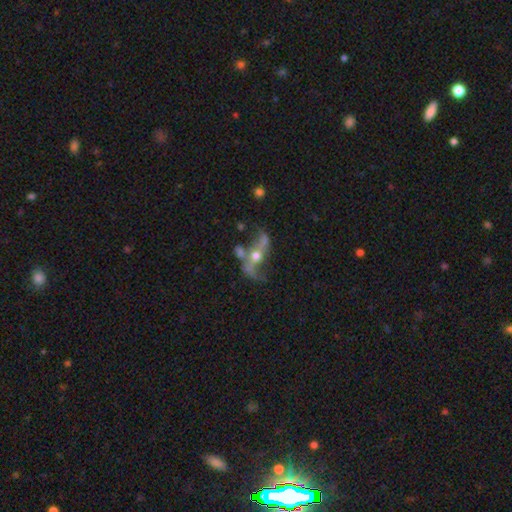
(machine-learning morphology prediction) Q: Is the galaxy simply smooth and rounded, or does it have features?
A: featured or disk — 79%.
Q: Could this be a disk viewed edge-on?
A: no — 85%.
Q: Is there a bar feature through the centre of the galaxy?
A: no — 52%.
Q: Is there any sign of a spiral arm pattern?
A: yes — 82%.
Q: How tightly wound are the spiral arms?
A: loose — 87%.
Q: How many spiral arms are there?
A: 2 — 88%.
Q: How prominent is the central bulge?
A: moderate — 65%.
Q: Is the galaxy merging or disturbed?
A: none — 47%.